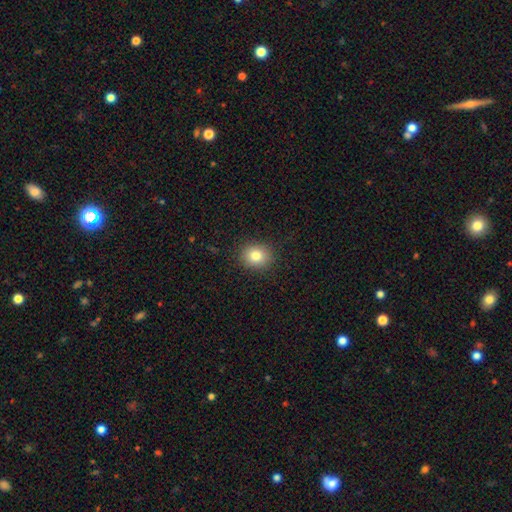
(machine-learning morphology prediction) Smooth or featured? Predicted: smooth (p=0.81). How rounded? Predicted: round (p=0.66). Merging? Predicted: none (p=0.89).